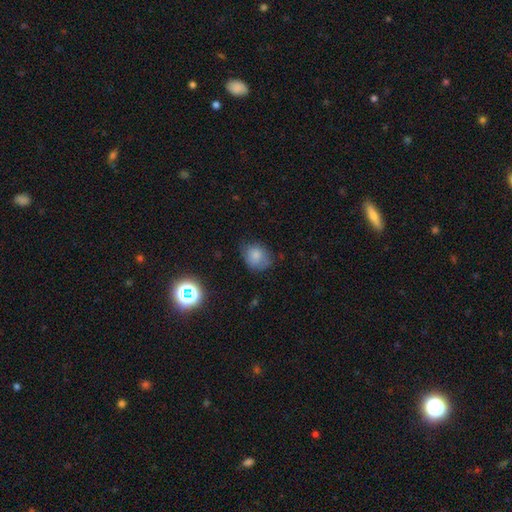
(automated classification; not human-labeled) A smooth galaxy with no disk features (78%) that is round (56%). Merging: none (60%).